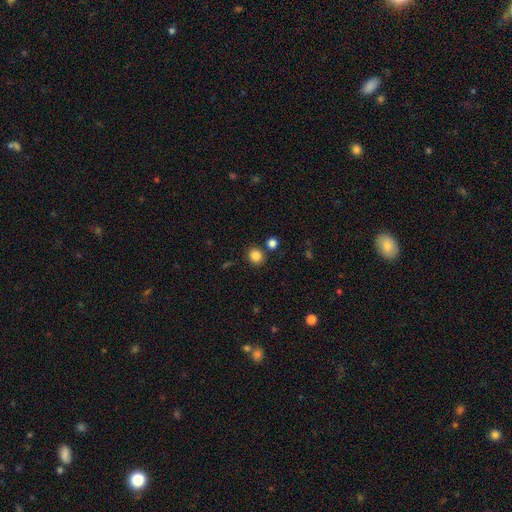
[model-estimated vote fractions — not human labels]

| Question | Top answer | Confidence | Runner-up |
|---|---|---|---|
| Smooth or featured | smooth | 84% | star or artifact (11%) |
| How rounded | round | 83% | in between (16%) |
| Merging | none | 81% | merger (8%) |